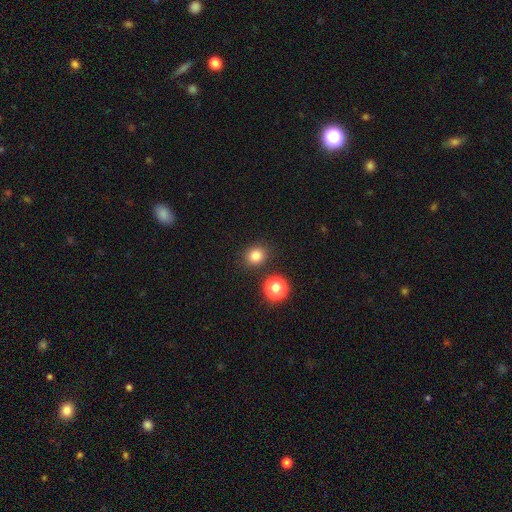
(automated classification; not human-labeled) A smooth galaxy with no disk features (80%) that is round (79%). Merging: none (86%).